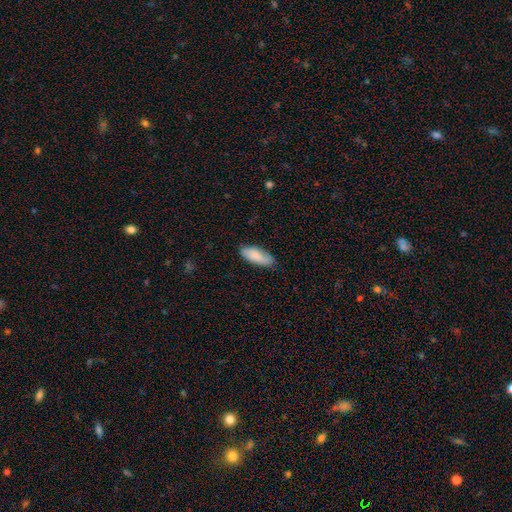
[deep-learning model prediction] A smooth galaxy with no disk features (85%) that is in between round and cigar-shaped (78%).

Vote fractions:
- Smooth or featured? smooth: 85% / featured or disk: 9% / star or artifact: 6%
- How rounded? in between: 78% / cigar-shaped: 20% / round: 2%
- Merging? none: 79% / minor disturbance: 16% / major disturbance: 3% / merger: 1%